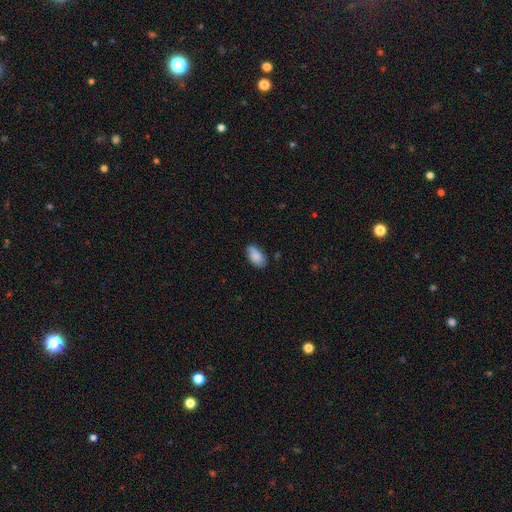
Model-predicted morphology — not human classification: Q: Smooth or featured?
A: smooth (81%); runner-up: featured or disk (12%)
Q: How rounded?
A: in between (94%); runner-up: round (3%)
Q: Merging?
A: none (73%); runner-up: minor disturbance (22%)